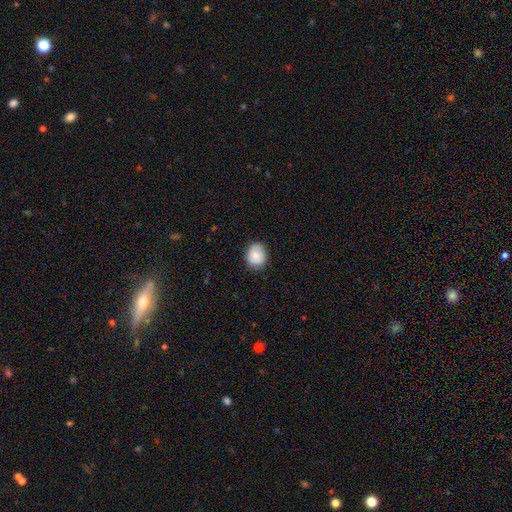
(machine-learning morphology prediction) A smooth galaxy with no disk features (78%) that is round (66%). Merging: none (82%).